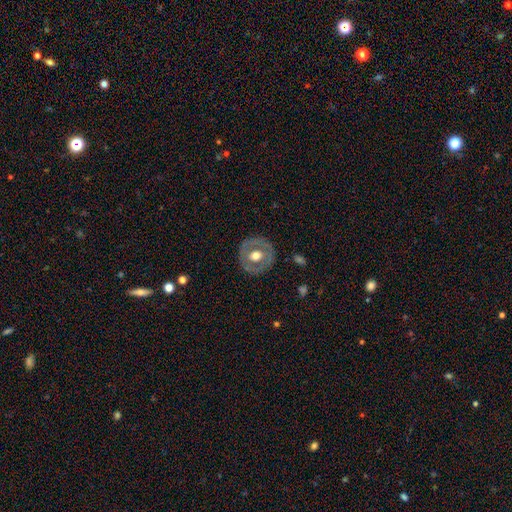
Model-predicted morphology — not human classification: This is possibly a featured or disk galaxy (56%). It is clearly not viewed edge-on (95%). Bar: likely no (70%). Spiral arm pattern: clearly no (83%). Central bulge: likely moderate (68%). Merging: clearly none (83%).